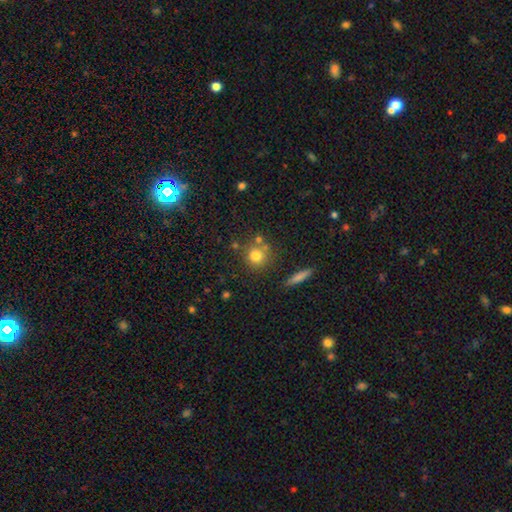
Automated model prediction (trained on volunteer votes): Smooth or featured: smooth — 77% (star or artifact — 13%)
How rounded: round — 89% (in between — 10%)
Merging: none — 69% (merger — 15%)